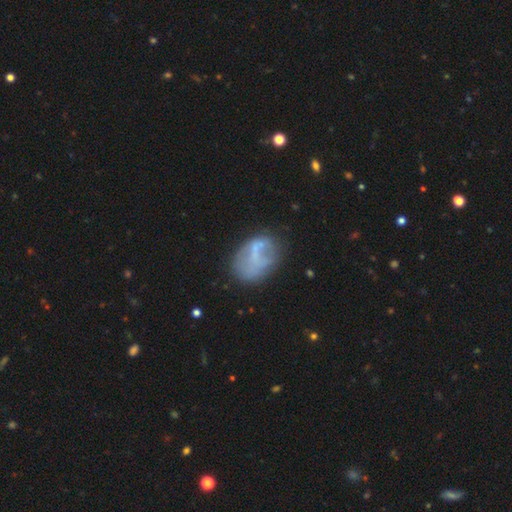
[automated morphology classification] A smooth galaxy with no disk features (47%).

Vote fractions:
- Smooth or featured? smooth: 47% / featured or disk: 42% / star or artifact: 11%
- Merging? none: 50% / minor disturbance: 26% / major disturbance: 18% / merger: 6%